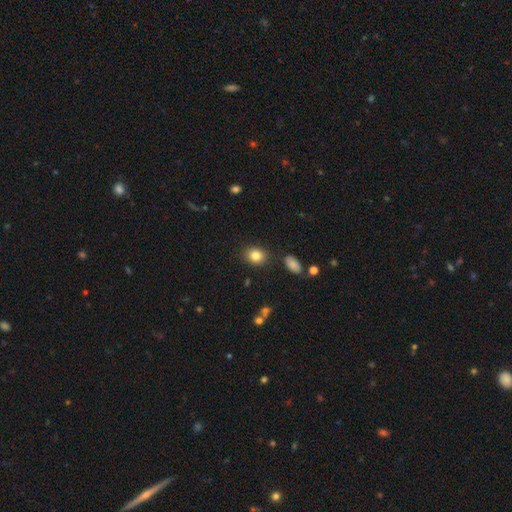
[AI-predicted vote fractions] Smooth or featured? Predicted: smooth (p=0.83). How rounded? Predicted: round (p=0.55). Merging? Predicted: none (p=0.86).